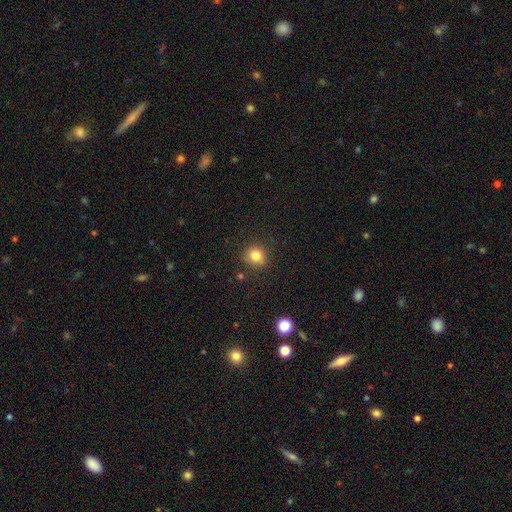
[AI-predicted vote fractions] This appears to be a smooth galaxy with no disk features (81%) that is round (85%). Merging: none (82%).